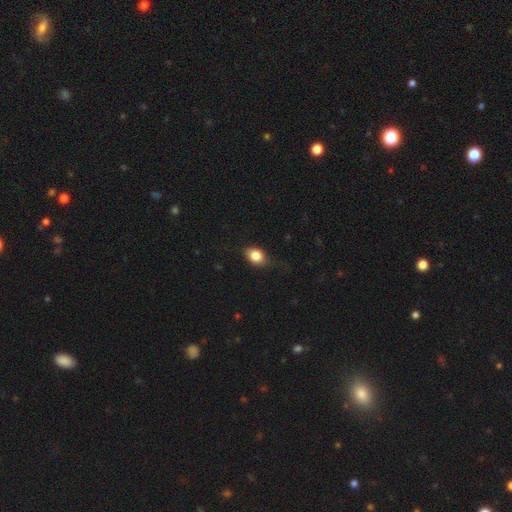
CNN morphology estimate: Smooth or featured? Predicted: smooth (p=0.81). How rounded? Predicted: in between (p=0.62). Merging? Predicted: none (p=0.71).